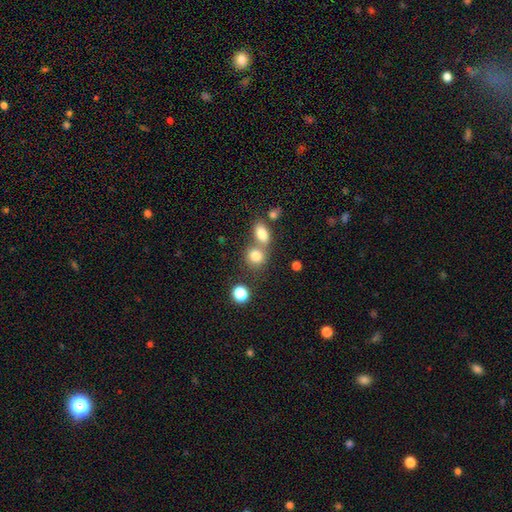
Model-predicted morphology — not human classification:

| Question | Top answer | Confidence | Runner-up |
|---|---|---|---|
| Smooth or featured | smooth | 81% | star or artifact (11%) |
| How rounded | round | 71% | in between (27%) |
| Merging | none | 47% | merger (41%) |